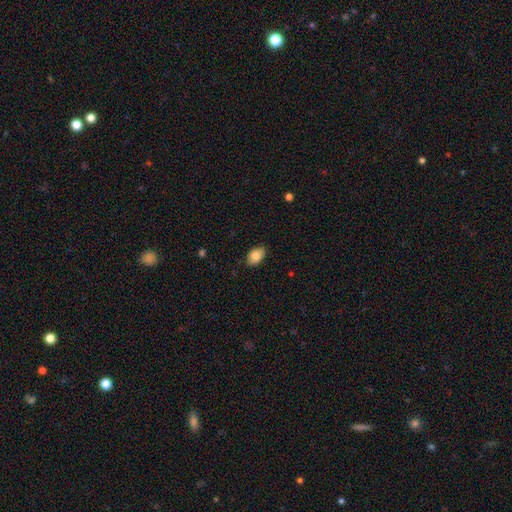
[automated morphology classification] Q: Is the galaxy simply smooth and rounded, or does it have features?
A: smooth — 83%.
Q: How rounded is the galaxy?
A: in between — 89%.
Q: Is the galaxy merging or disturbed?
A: none — 85%.